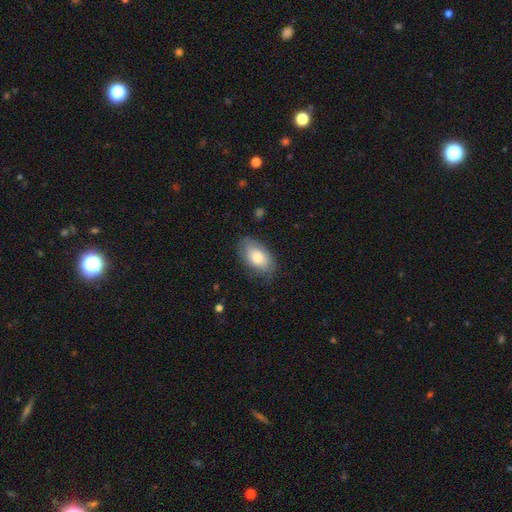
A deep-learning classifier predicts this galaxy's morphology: Overall: smooth (76%). How rounded: in between (93%). Merging: none (72%).